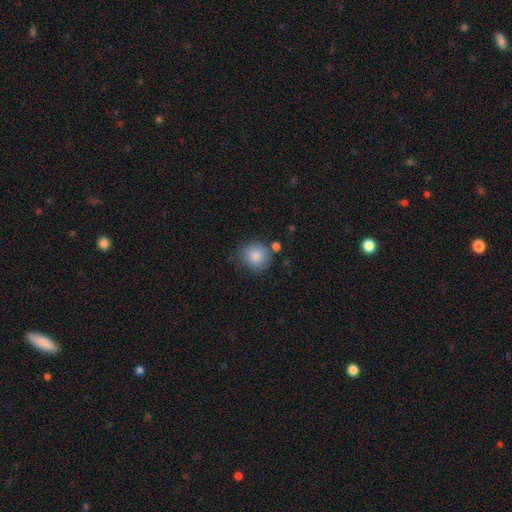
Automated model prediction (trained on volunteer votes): smooth_or_featured: smooth (p=0.87) [alt: star or artifact p=0.08]
how_rounded: round (p=0.90) [alt: in between p=0.09]
merging: none (p=0.77) [alt: minor disturbance p=0.13]